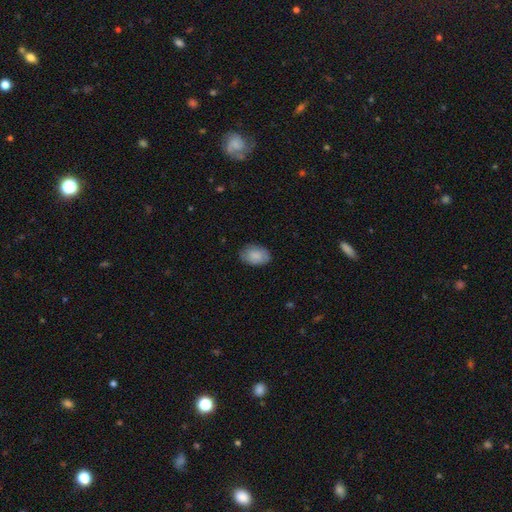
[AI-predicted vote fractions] Smooth or featured? smooth (84%)
How rounded? in between (86%)
Merging? none (80%)